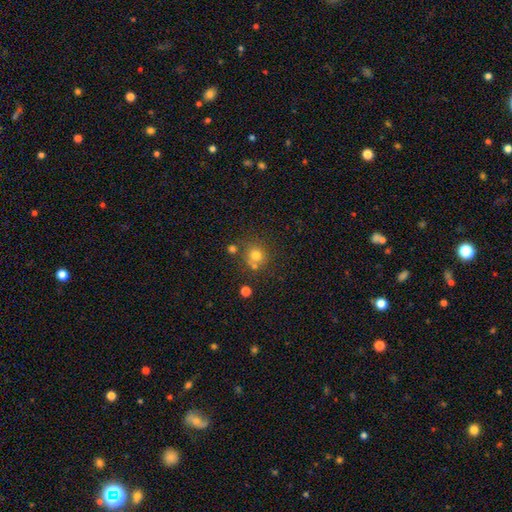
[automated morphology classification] Overall: smooth (74%). How rounded: round (87%). Merging: none (65%).